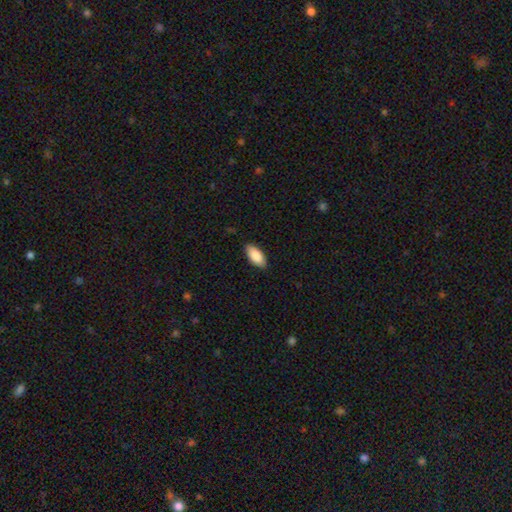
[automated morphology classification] Q: Smooth or featured?
A: smooth (87%); runner-up: featured or disk (7%)
Q: How rounded?
A: in between (91%); runner-up: cigar-shaped (7%)
Q: Merging?
A: none (88%); runner-up: minor disturbance (10%)